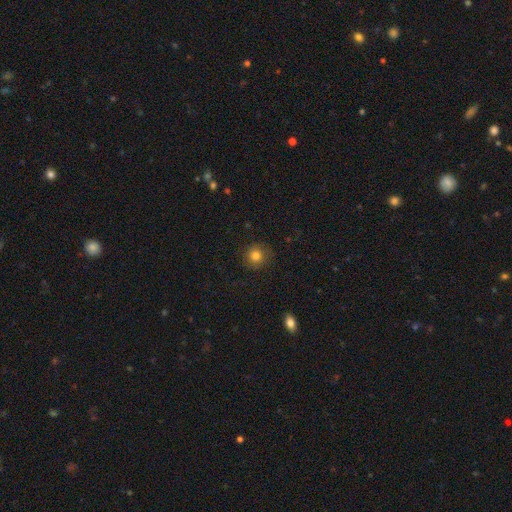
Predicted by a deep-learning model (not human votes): The model was most divided on "smooth or featured": smooth: 81%, star or artifact: 12%, featured or disk: 7%. More confident: how rounded — round (93%); merging — none (88%).